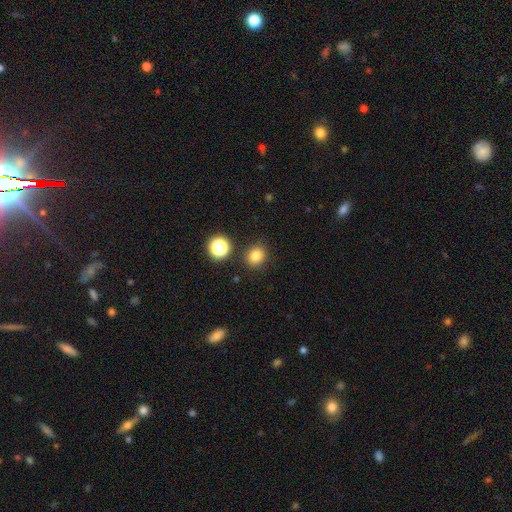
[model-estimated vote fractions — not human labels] Smooth or featured? smooth (80%)
How rounded? round (78%)
Merging? none (86%)